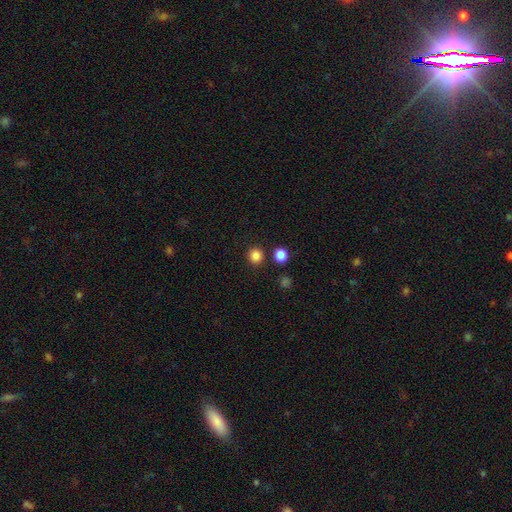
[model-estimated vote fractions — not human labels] Overall: smooth (85%). How rounded: round (92%). Merging: none (88%).